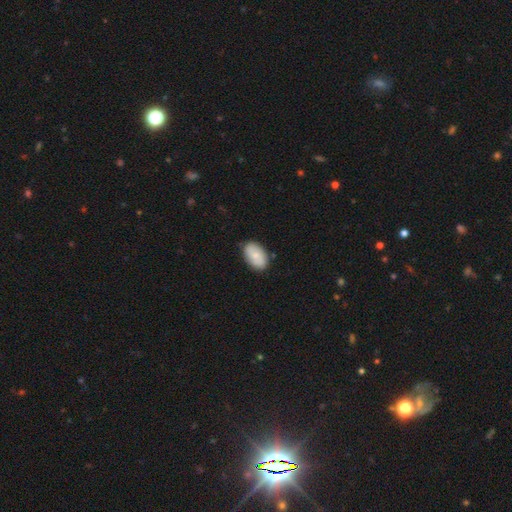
This appears to be a smooth galaxy with no disk features (79%) that is in between round and cigar-shaped (97%). Merging: none (78%).